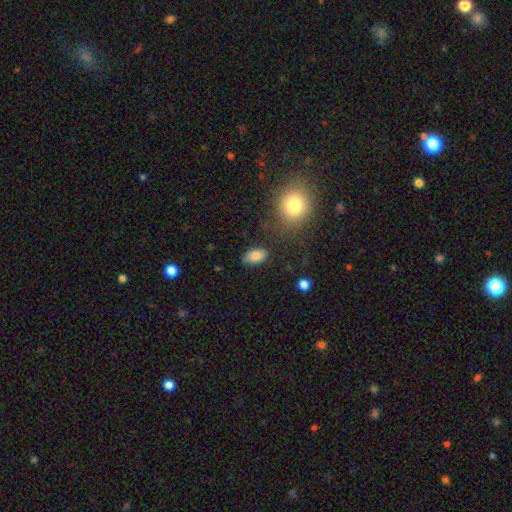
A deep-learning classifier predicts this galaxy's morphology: This appears to be a smooth galaxy with no disk features (84%) that is in between round and cigar-shaped (92%). Merging: none (82%).